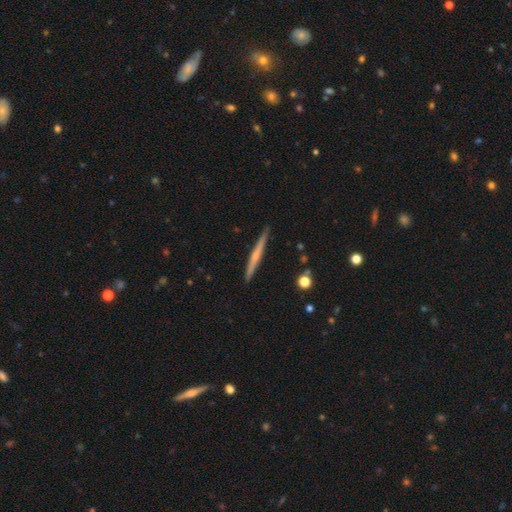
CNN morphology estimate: type=featured or disk (55%); edge-on=yes (97%); edge-on bulge=none (55%); merging=none (90%).